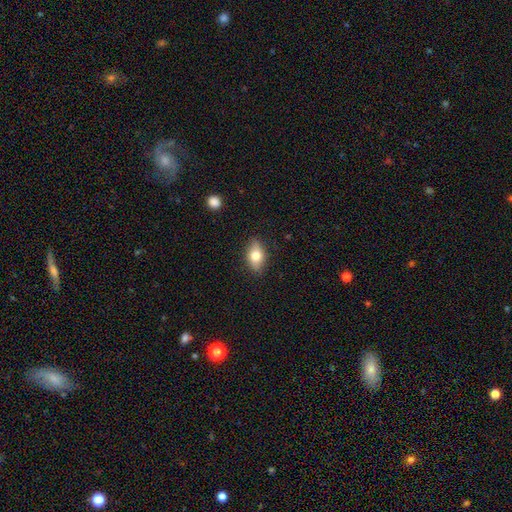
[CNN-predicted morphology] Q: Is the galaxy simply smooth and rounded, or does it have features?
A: smooth — 72%.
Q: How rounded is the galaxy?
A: in between — 84%.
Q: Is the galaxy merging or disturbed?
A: none — 85%.